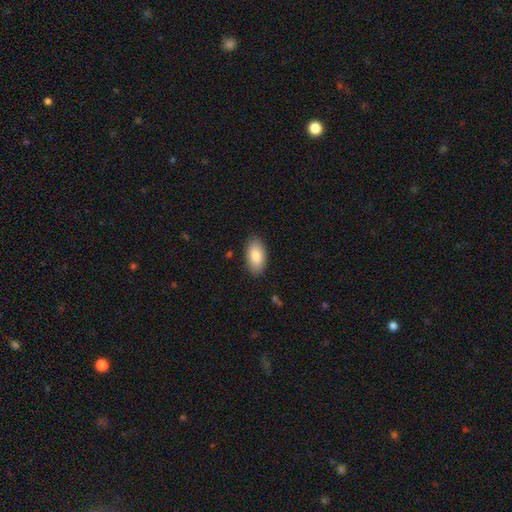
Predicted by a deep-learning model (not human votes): This appears to be a smooth galaxy with no disk features (85%) that is in between round and cigar-shaped (94%). Merging: none (87%).